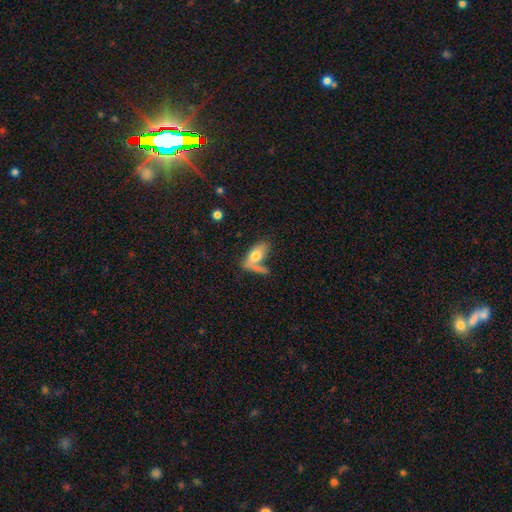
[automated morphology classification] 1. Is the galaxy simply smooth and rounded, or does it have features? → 69% smooth, 24% featured or disk, 7% star or artifact.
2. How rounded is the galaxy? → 84% in between, 11% cigar-shaped, 5% round.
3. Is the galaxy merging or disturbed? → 39% none, 32% merger, 17% minor disturbance, 13% major disturbance.